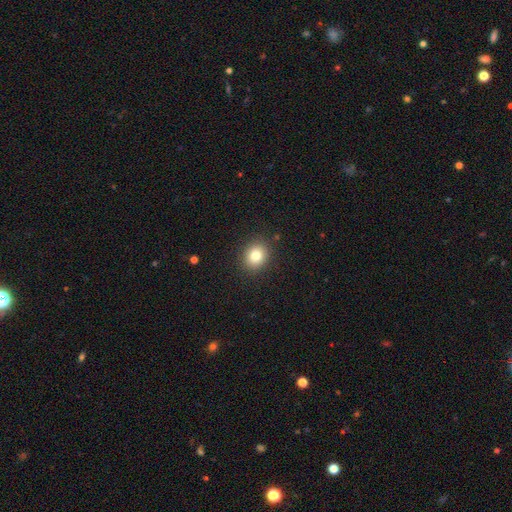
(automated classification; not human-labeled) Smooth or featured?
  - smooth: 81% *
  - star or artifact: 11%
  - featured or disk: 8%
How rounded?
  - round: 67% *
  - in between: 32%
  - cigar-shaped: 1%
Merging?
  - none: 89% *
  - minor disturbance: 7%
  - major disturbance: 2%
  - merger: 1%